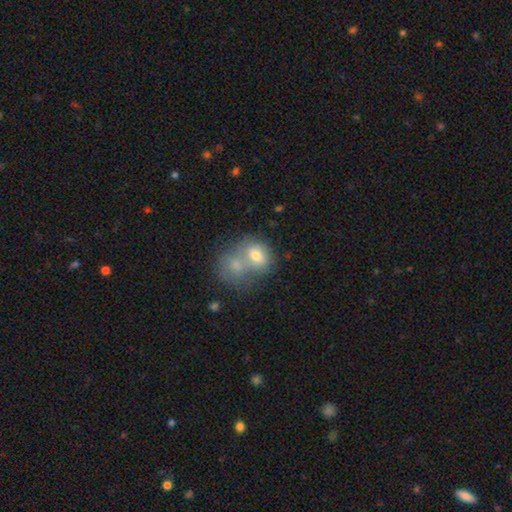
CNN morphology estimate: Smooth or featured? Predicted: smooth (p=0.67). How rounded? Predicted: round (p=0.58). Merging? Predicted: merger (p=0.69).